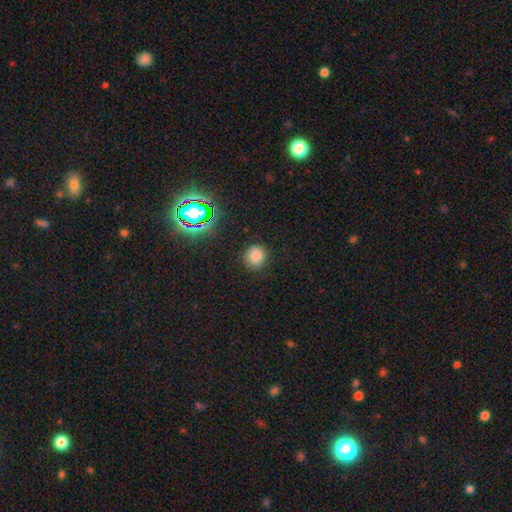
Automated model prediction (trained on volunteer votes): Smooth or featured? smooth (79%)
How rounded? round (91%)
Merging? none (88%)